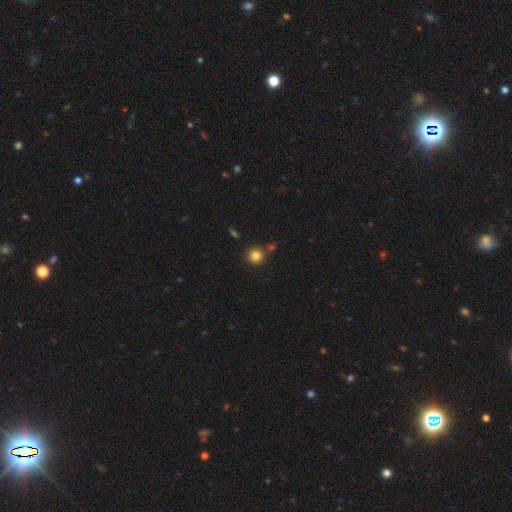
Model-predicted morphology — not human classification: Overall: smooth (83%). How rounded: round (94%). Merging: none (81%).